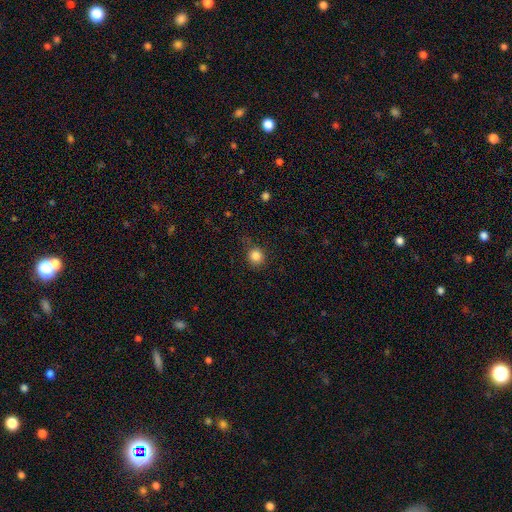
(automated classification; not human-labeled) Overall: smooth (84%). How rounded: round (87%). Merging: none (78%).